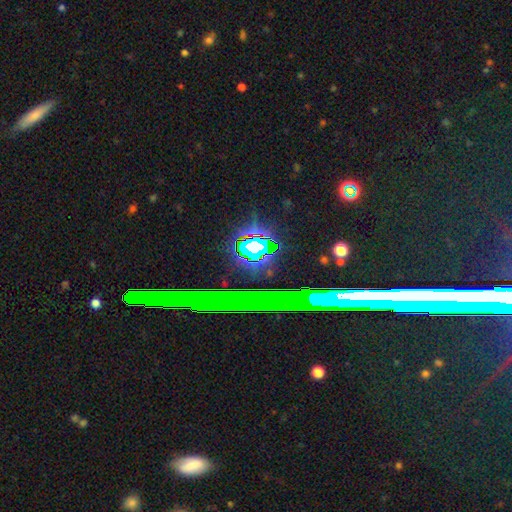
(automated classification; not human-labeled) Smooth or featured? star or artifact (69%)